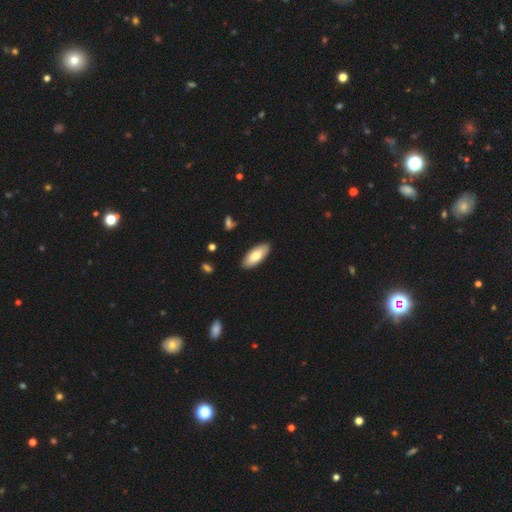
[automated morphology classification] Smooth or featured? smooth (74%)
How rounded? in between (83%)
Merging? none (89%)